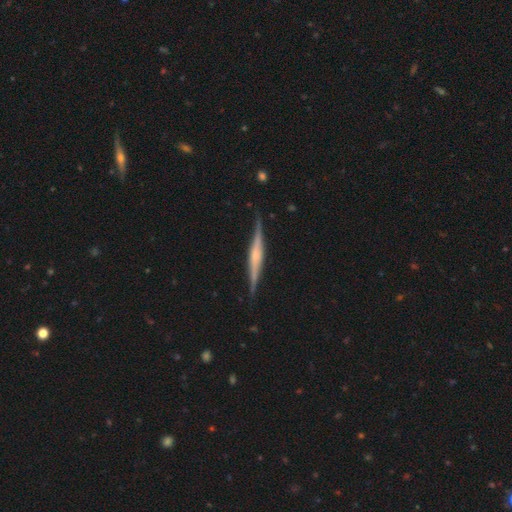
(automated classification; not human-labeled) featured or disk 75%, smooth 20%, star or artifact 5%. Down the decision tree: edge-on disk — yes (98%); edge-on bulge — rounded (48%); merging — none (88%).